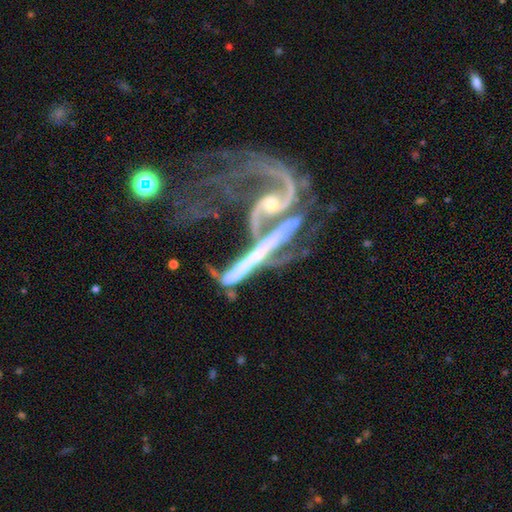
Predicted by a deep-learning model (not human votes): smooth-or-featured: featured or disk: 82% | star or artifact: 10% | smooth: 8%
  disk-edge-on: no: 77% | yes: 23%
    bar: no: 49% | strong: 26% | weak: 25%
    has-spiral-arms: yes: 81% | no: 19%
      spiral-winding: loose: 50% | medium: 32% | tight: 18%
      spiral-arm-count: 2: 61% | can't tell: 16% | 1: 14% | 3: 4% | 4: 2% | more than 4: 2%
    bulge-size: small: 52% | moderate: 30% | none: 14% | large: 3% | dominant: 2%
  merging: merger: 52% | major disturbance: 25% | none: 14% | minor disturbance: 9%